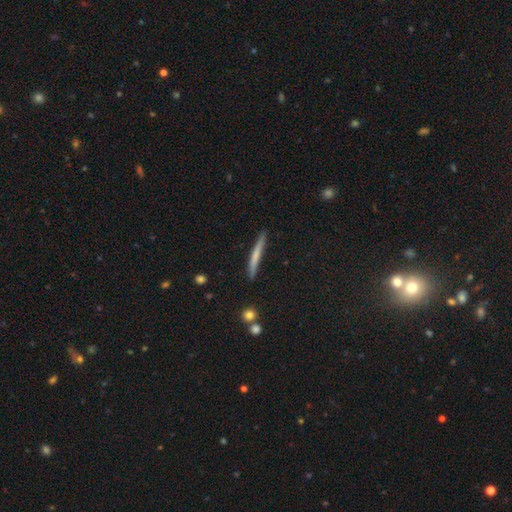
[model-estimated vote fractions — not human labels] The model was most divided on "smooth or featured": smooth: 60%, featured or disk: 34%, star or artifact: 6%. More confident: how rounded — cigar-shaped (96%); merging — none (87%).